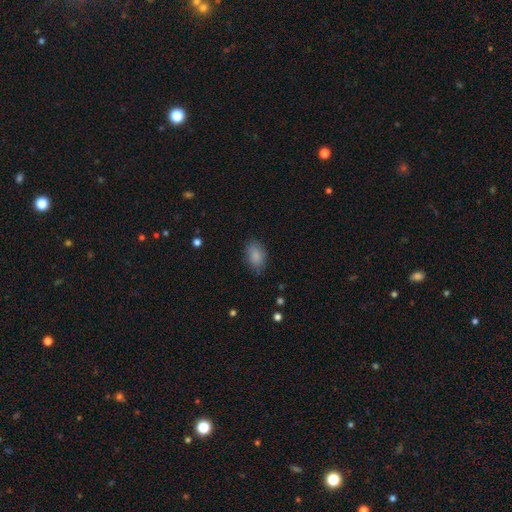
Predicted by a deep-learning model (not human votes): The model was most divided on "merging": none: 78%, minor disturbance: 16%, major disturbance: 4%, merger: 1%. More confident: how rounded — in between (86%); smooth or featured — smooth (86%).